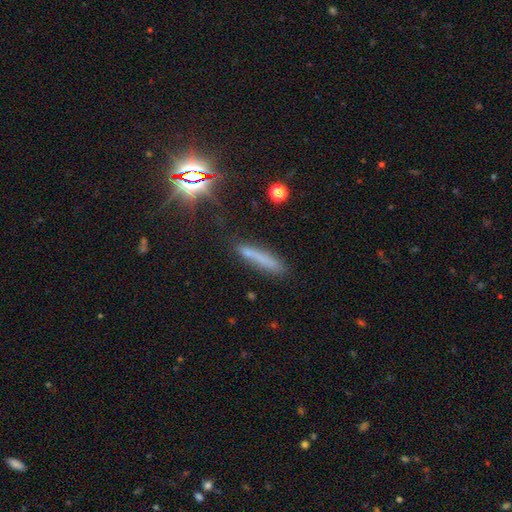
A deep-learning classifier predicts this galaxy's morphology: Q: Smooth or featured?
A: smooth (58%); runner-up: star or artifact (23%)
Q: How rounded?
A: cigar-shaped (90%); runner-up: in between (7%)
Q: Merging?
A: none (75%); runner-up: minor disturbance (16%)